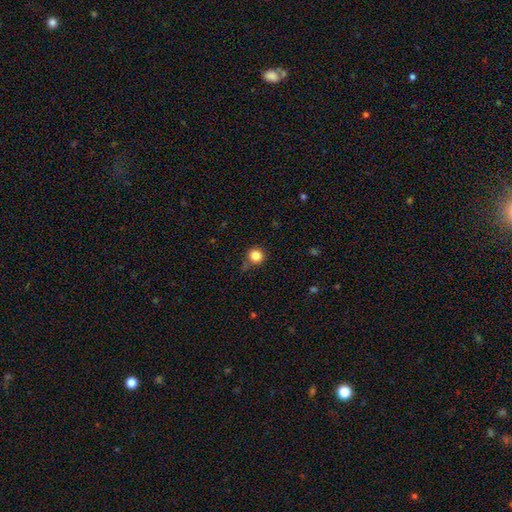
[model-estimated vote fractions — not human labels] smooth 85%, star or artifact 11%, featured or disk 4%. Down the decision tree: how rounded — round (91%); merging — none (75%).